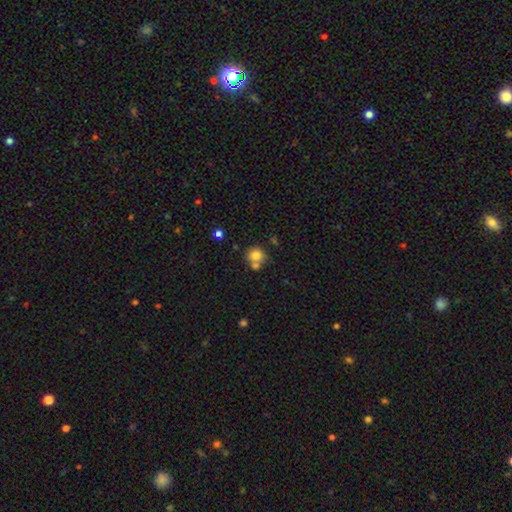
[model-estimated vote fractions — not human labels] A smooth galaxy with no disk features (79%) that is round (87%).

Vote fractions:
- Smooth or featured? smooth: 79% / star or artifact: 11% / featured or disk: 10%
- How rounded? round: 87% / in between: 12% / cigar-shaped: 1%
- Merging? none: 55% / merger: 31% / minor disturbance: 10% / major disturbance: 4%